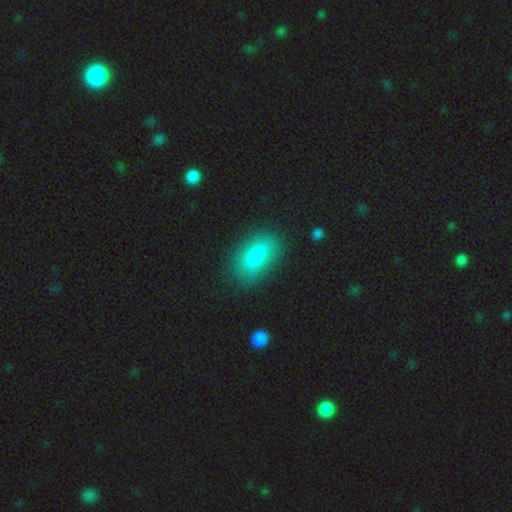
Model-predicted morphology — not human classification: This appears to be a smooth galaxy with no disk features (85%) that is in between round and cigar-shaped (90%). Merging: none (80%).